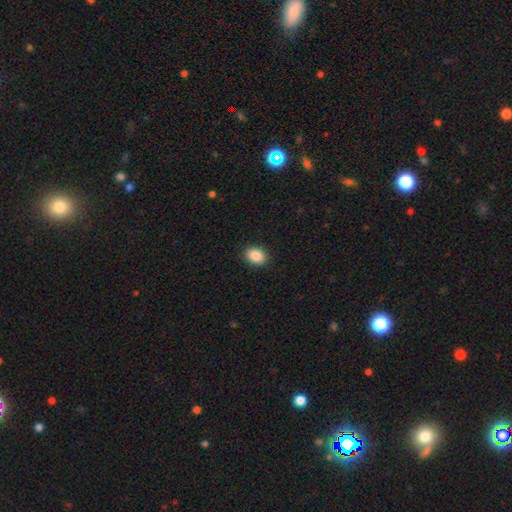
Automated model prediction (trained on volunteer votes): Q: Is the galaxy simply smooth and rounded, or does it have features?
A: smooth — 88%.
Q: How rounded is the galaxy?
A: in between — 63%.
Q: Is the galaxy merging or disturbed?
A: none — 90%.